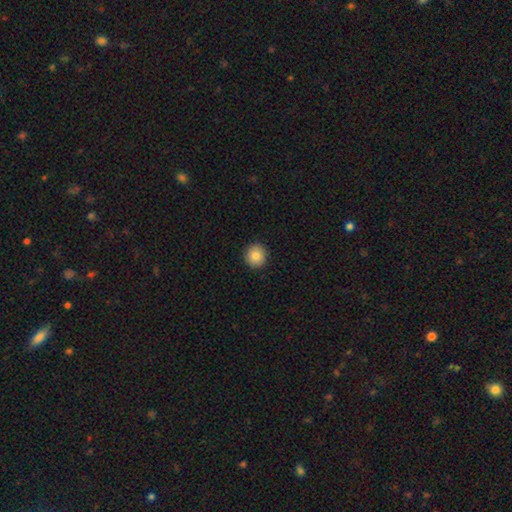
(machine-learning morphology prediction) The model was most divided on "smooth or featured": smooth: 84%, star or artifact: 9%, featured or disk: 7%. More confident: merging — none (92%); how rounded — round (92%).